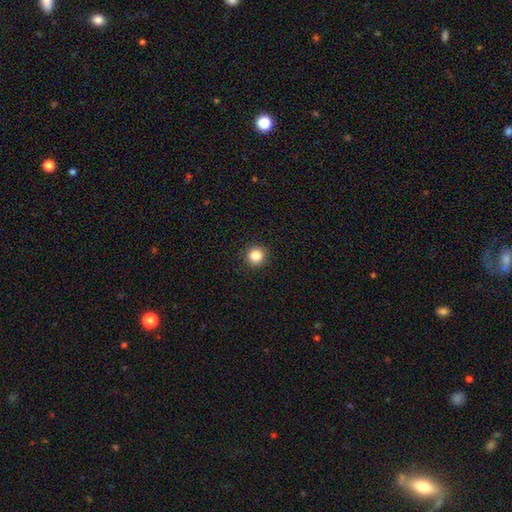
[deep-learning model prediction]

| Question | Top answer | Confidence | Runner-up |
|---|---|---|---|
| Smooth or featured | smooth | 85% | star or artifact (11%) |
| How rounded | round | 95% | in between (4%) |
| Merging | none | 93% | minor disturbance (4%) |